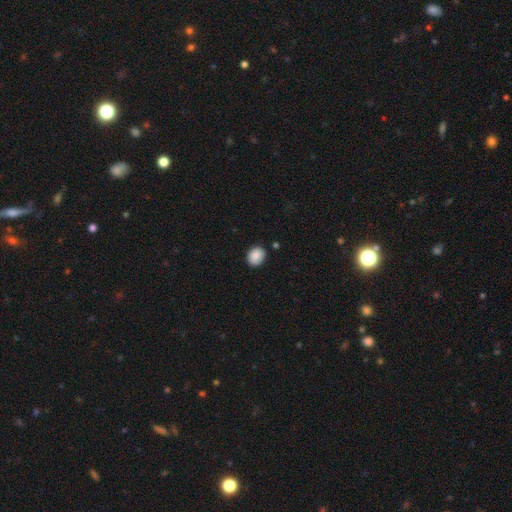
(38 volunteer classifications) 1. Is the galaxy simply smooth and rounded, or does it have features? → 97% smooth, 3% star or artifact, 0% featured or disk.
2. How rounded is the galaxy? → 51% round, 49% in between, 0% cigar-shaped.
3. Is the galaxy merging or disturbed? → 84% none, 11% minor disturbance, 3% major disturbance, 3% merger.